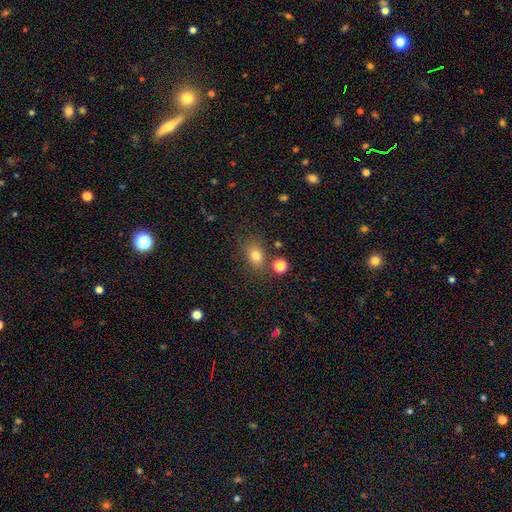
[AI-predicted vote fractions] smooth 78%, star or artifact 13%, featured or disk 9%. Down the decision tree: how rounded — in between (62%); merging — none (75%).